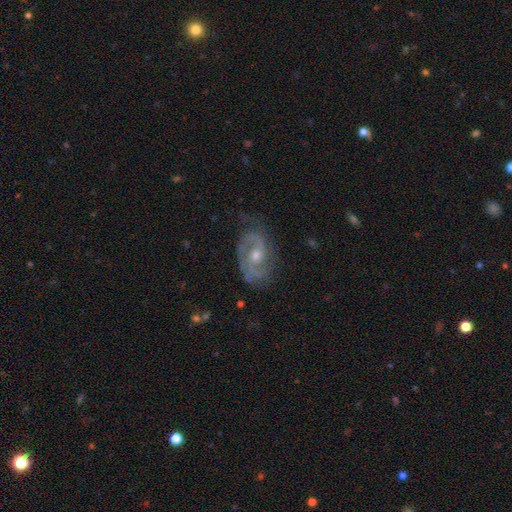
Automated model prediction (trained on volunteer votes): Smooth or featured? Predicted: featured or disk (p=0.87). Edge-on disk? Predicted: no (p=0.97). Bar? Predicted: no (p=0.55). Spiral arms? Predicted: yes (p=0.96). Spiral winding? Predicted: medium (p=0.48). Spiral arm count? Predicted: 2 (p=0.77). Bulge size? Predicted: moderate (p=0.63). Merging? Predicted: none (p=0.68).